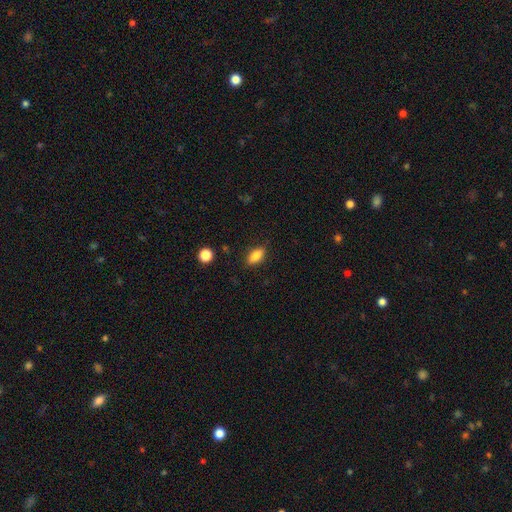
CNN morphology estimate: Smooth or featured: smooth — 83% (featured or disk — 9%)
How rounded: in between — 84% (cigar-shaped — 11%)
Merging: none — 86% (minor disturbance — 10%)